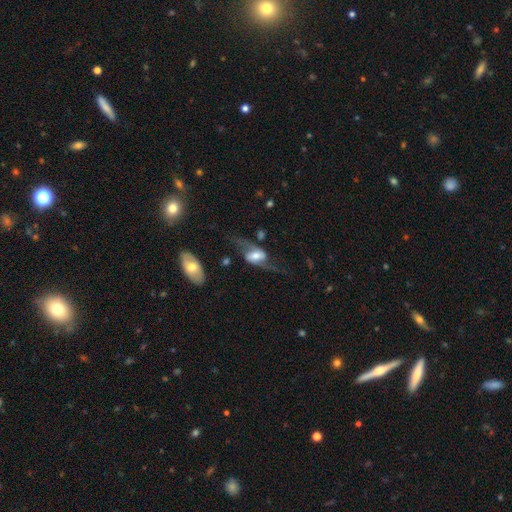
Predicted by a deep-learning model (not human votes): Overall: featured or disk (78%). Edge-on disk: no (90%). Bar: weak (43%; strong 35%). Spiral arms: yes (88%). Spiral arm count: 2 (91%). Spiral winding: loose (77%). Bulge size: moderate (49%; large 22%). Merging: none (52%; major disturbance 25%).